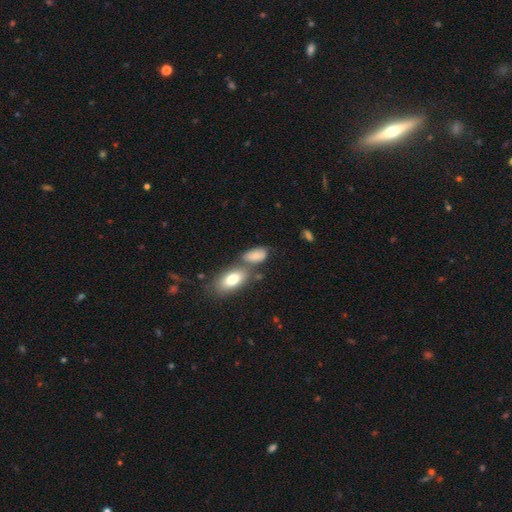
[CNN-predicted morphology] smooth-or-featured: smooth: 76% | featured or disk: 15% | star or artifact: 9%
  how-rounded: in between: 90% | round: 6% | cigar-shaped: 4%
  merging: none: 46% | merger: 29% | minor disturbance: 19% | major disturbance: 7%